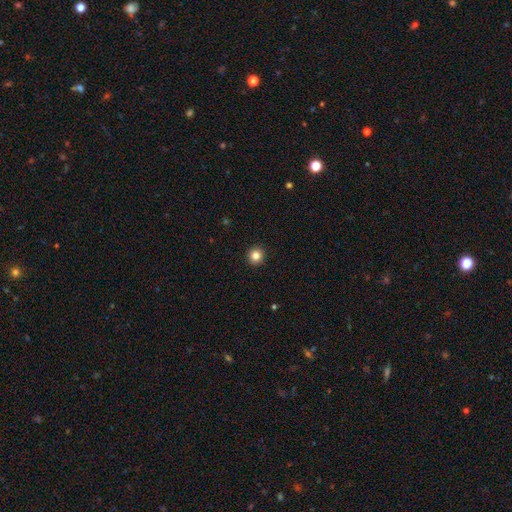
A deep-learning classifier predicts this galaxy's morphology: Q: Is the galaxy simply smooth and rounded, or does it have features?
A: smooth — 84%.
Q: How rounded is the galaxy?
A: round — 95%.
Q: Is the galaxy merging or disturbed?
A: none — 94%.